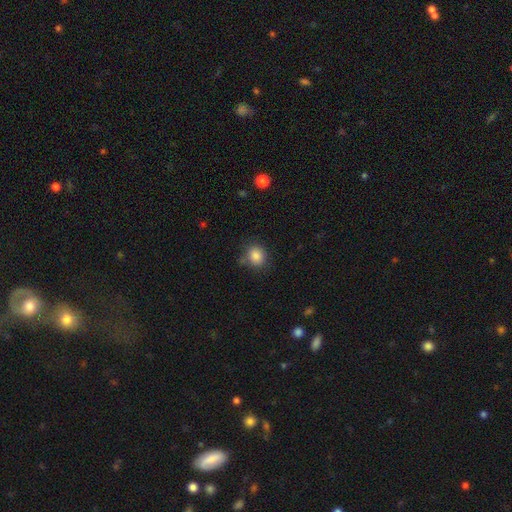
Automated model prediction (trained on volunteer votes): A smooth galaxy with no disk features (85%) that is round (78%). Merging: none (75%).